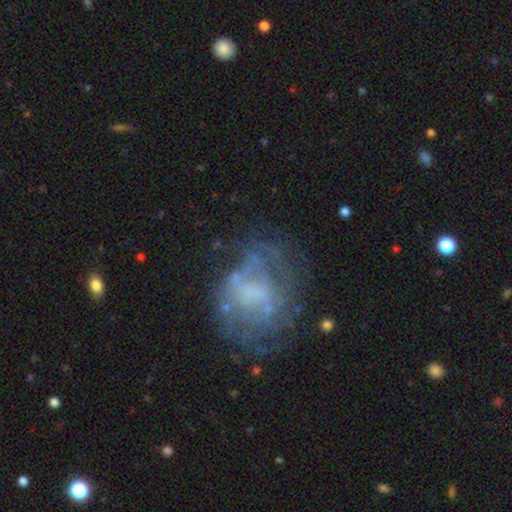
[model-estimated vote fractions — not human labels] Smooth or featured?
  - featured or disk: 59% *
  - smooth: 24%
  - star or artifact: 17%
Edge-on disk?
  - no: 97% *
  - yes: 3%
Bar?
  - no: 62% *
  - weak: 30%
  - strong: 8%
Spiral arms?
  - no: 58% *
  - yes: 42%
Bulge size?
  - none: 39% *
  - small: 30%
  - moderate: 24%
  - large: 5%
  - dominant: 1%
Merging?
  - none: 61% *
  - minor disturbance: 18%
  - major disturbance: 18%
  - merger: 3%